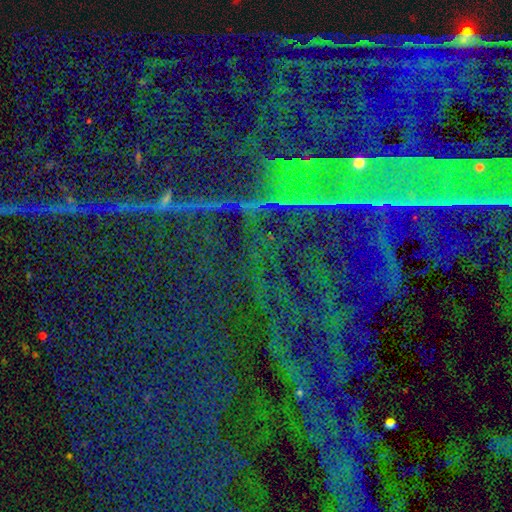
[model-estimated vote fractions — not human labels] smooth-or-featured: star or artifact: 86% | featured or disk: 7% | smooth: 6%